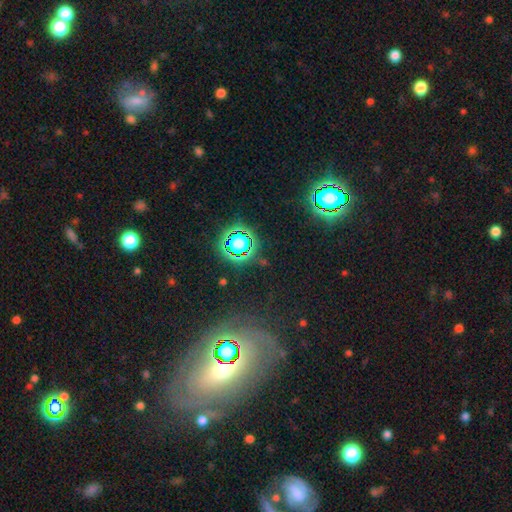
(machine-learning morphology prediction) The model was most divided on "smooth or featured": star or artifact: 76%, smooth: 14%, featured or disk: 10%.